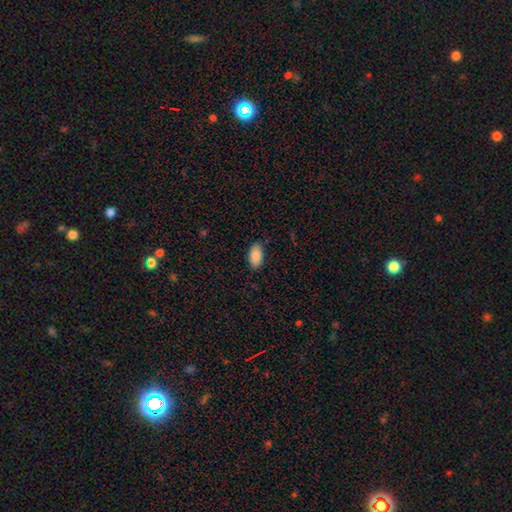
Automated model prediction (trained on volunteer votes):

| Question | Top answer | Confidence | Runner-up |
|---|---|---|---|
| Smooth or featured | smooth | 90% | star or artifact (6%) |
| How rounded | in between | 94% | cigar-shaped (3%) |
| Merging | none | 85% | minor disturbance (11%) |